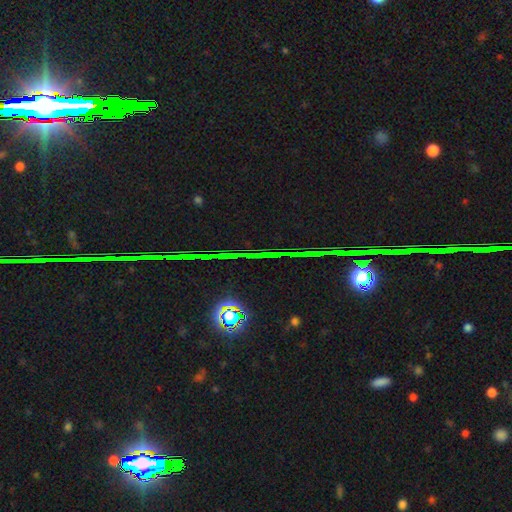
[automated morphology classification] A star or artifact, not a galaxy (81%).

Vote fractions:
- Smooth or featured? star or artifact: 81% / featured or disk: 10% / smooth: 9%